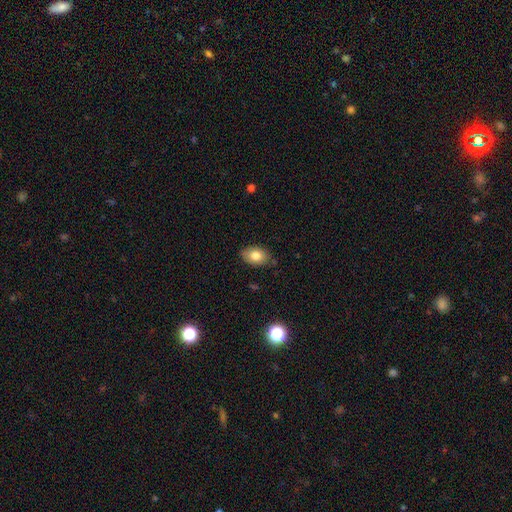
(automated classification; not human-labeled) Smooth or featured: smooth — 79% (featured or disk — 12%)
How rounded: in between — 84% (round — 15%)
Merging: none — 82% (minor disturbance — 14%)